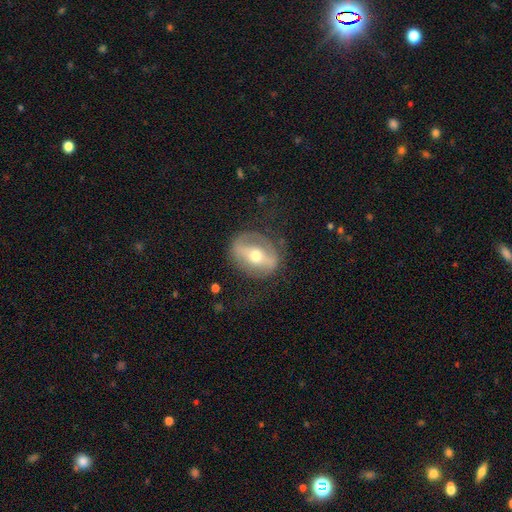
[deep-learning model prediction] Smooth or featured: featured or disk — 67% (smooth — 27%)
Edge-on disk: no — 85% (yes — 15%)
Bar: strong — 61% (weak — 23%)
Spiral arms: no — 62% (yes — 38%)
Bulge size: moderate — 70% (small — 22%)
Merging: none — 74% (minor disturbance — 15%)